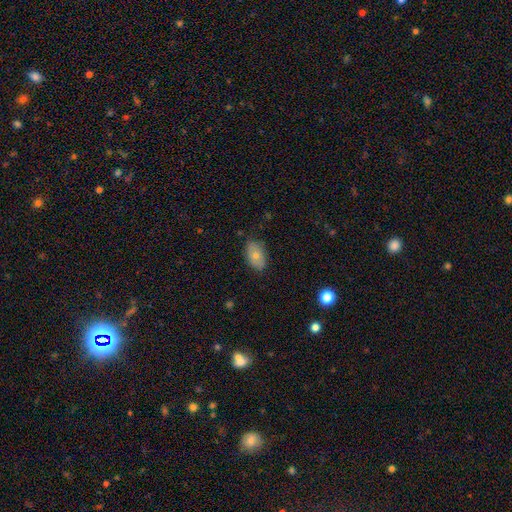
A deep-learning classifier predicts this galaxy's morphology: Overall: smooth (71%). How rounded: in between (91%). Merging: none (82%).